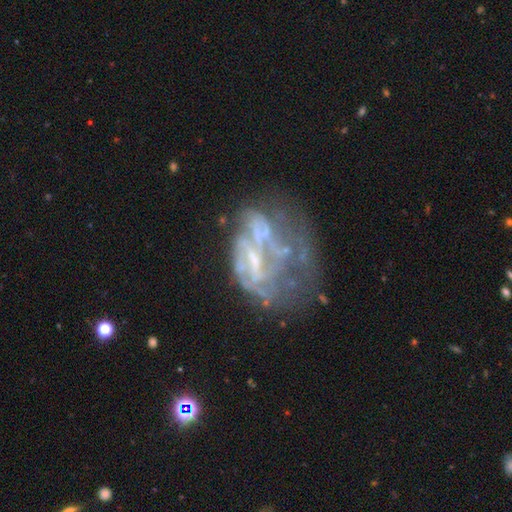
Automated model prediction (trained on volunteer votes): This appears to be a featured or disk galaxy (70%) with no bar (68%), no spiral arms (75%) and no central bulge (56%). Merging: major disturbance (41%).